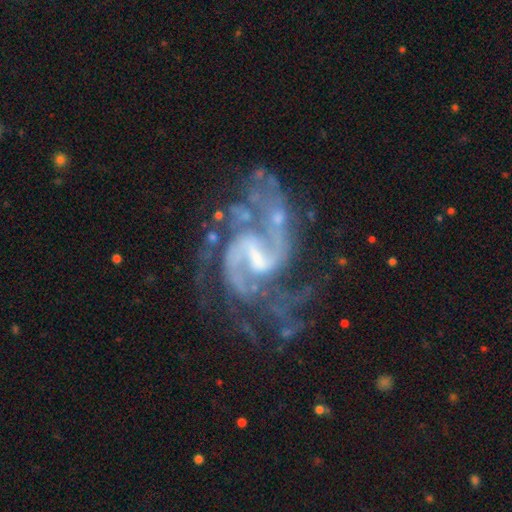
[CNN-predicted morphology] Smooth or featured? Predicted: featured or disk (p=0.92). Edge-on disk? Predicted: no (p=0.98). Bar? Predicted: weak (p=0.56). Spiral arms? Predicted: yes (p=0.98). Spiral winding? Predicted: medium (p=0.57). Spiral arm count? Predicted: 2 (p=0.77). Bulge size? Predicted: small (p=0.44). Merging? Predicted: none (p=0.51).